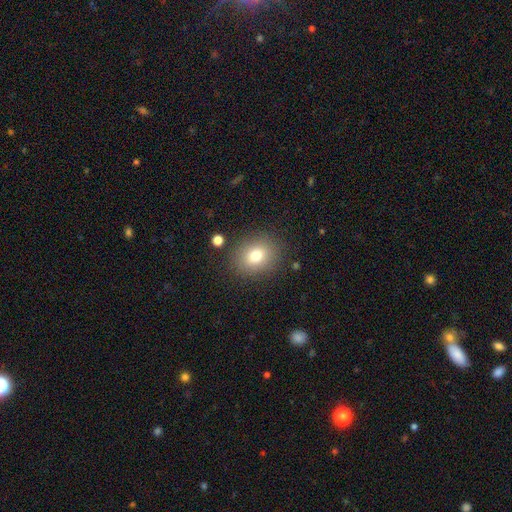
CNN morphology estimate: Smooth or featured?
  - smooth: 76% *
  - star or artifact: 12%
  - featured or disk: 11%
How rounded?
  - round: 59% *
  - in between: 40%
  - cigar-shaped: 1%
Merging?
  - none: 84% *
  - minor disturbance: 9%
  - major disturbance: 4%
  - merger: 2%